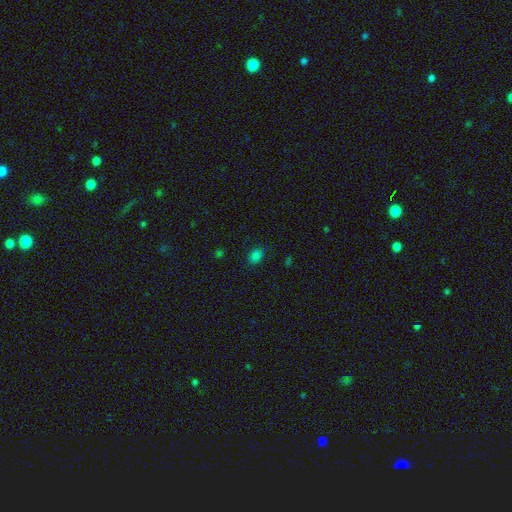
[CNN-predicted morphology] Smooth or featured? Predicted: smooth (p=0.81). How rounded? Predicted: in between (p=0.74). Merging? Predicted: none (p=0.85).